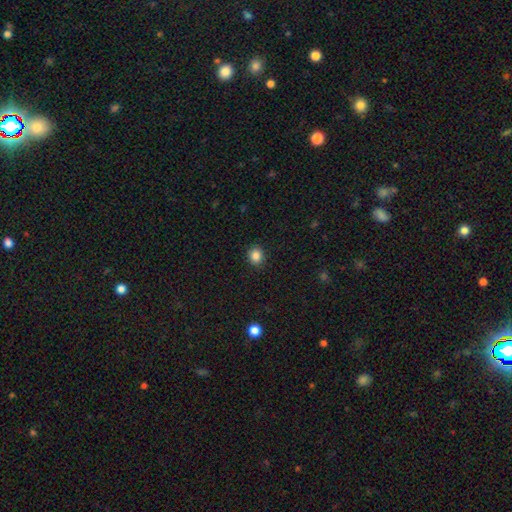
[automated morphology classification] This is clearly a smooth galaxy (85%). How rounded: likely round (80%). Merging: clearly none (91%).